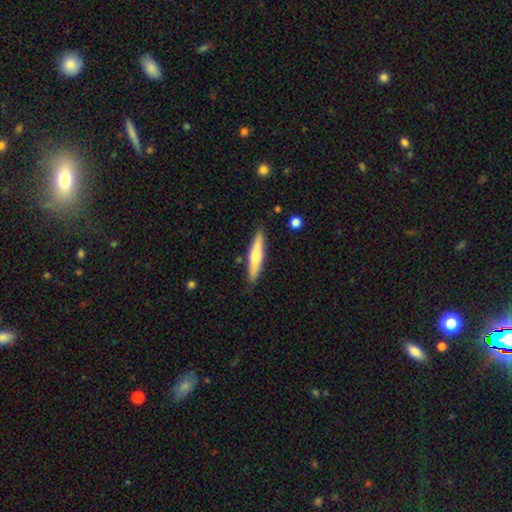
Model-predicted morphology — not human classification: Smooth or featured? smooth (52%)
How rounded? cigar-shaped (87%)
Merging? none (87%)